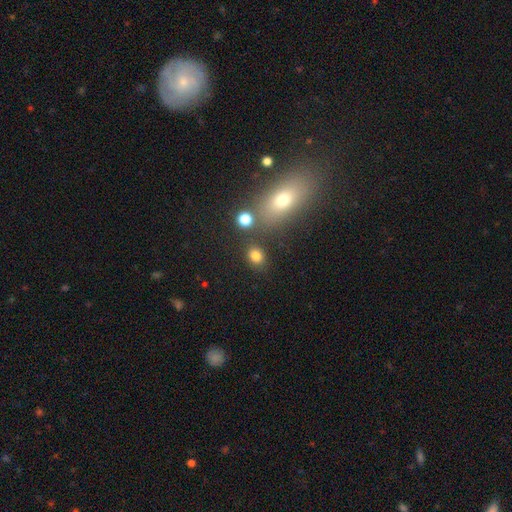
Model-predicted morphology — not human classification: Smooth or featured?
  - smooth: 80% *
  - star or artifact: 14%
  - featured or disk: 6%
How rounded?
  - round: 50% *
  - in between: 48%
  - cigar-shaped: 1%
Merging?
  - none: 77% *
  - minor disturbance: 10%
  - merger: 8%
  - major disturbance: 4%